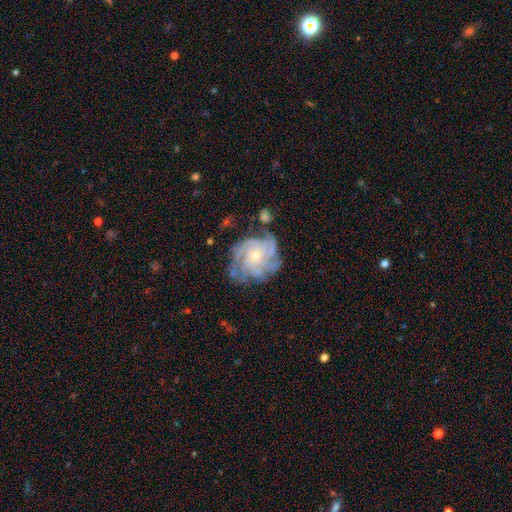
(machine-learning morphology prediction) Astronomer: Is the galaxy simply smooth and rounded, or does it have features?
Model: featured or disk — 87%.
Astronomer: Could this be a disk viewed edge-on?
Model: no — 98%.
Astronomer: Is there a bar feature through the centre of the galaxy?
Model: no — 77%.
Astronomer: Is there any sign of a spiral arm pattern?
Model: yes — 97%.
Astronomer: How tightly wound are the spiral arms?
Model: tight — 67%.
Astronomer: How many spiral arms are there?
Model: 4 — 34% (runner-up: can't tell, 20%).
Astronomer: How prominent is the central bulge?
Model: small — 70%.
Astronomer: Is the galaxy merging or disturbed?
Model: none — 67%.